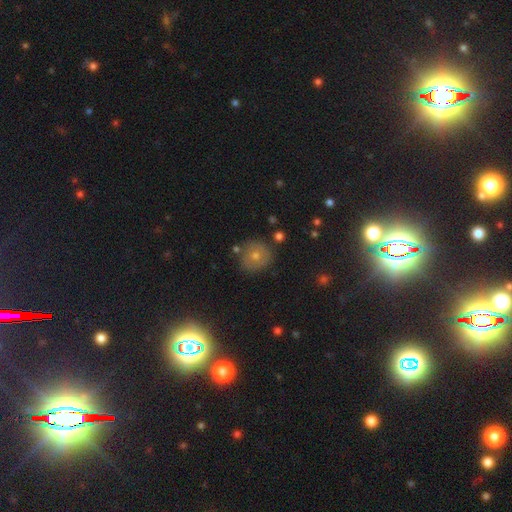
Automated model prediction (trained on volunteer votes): smooth_or_featured: smooth (p=0.62) [alt: featured or disk p=0.27]
how_rounded: round (p=0.89) [alt: in between p=0.10]
merging: none (p=0.80) [alt: minor disturbance p=0.12]